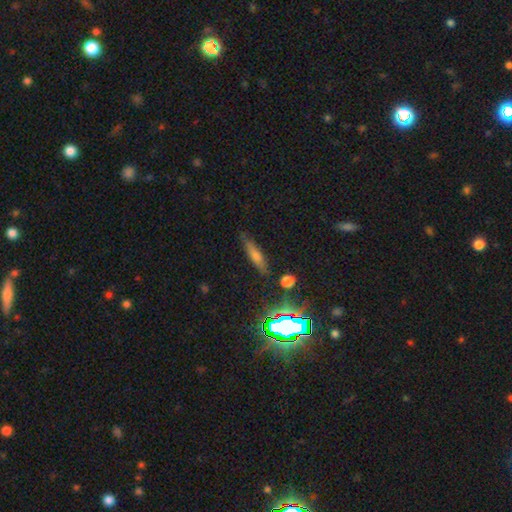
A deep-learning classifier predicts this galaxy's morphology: This appears to be a smooth galaxy with no disk features (55%) that is cigar-shaped (73%). Merging: none (80%).